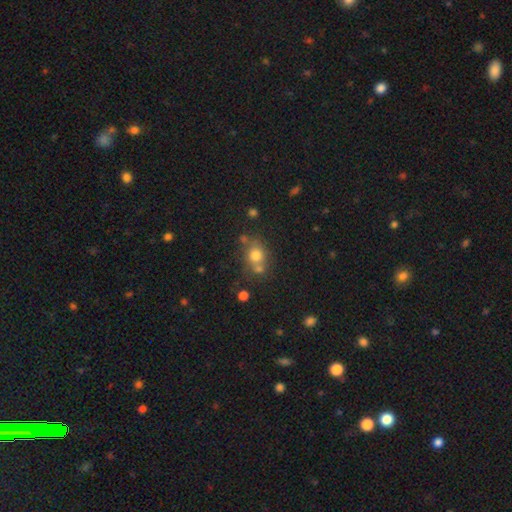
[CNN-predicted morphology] type=smooth (73%); roundness=round (71%); merging=none (53%).